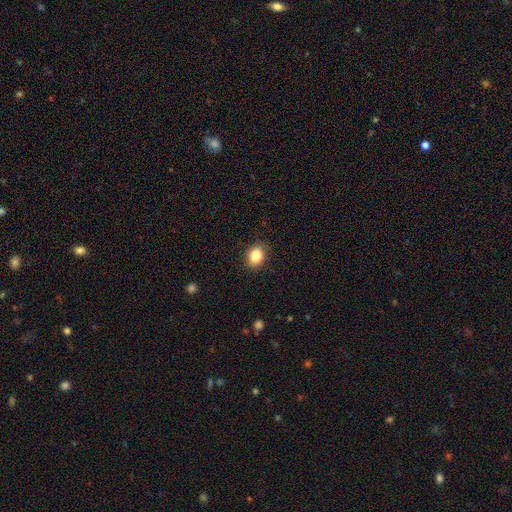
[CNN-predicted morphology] This appears to be a smooth galaxy with no disk features (87%) that is in between round and cigar-shaped (51%). Merging: none (87%).